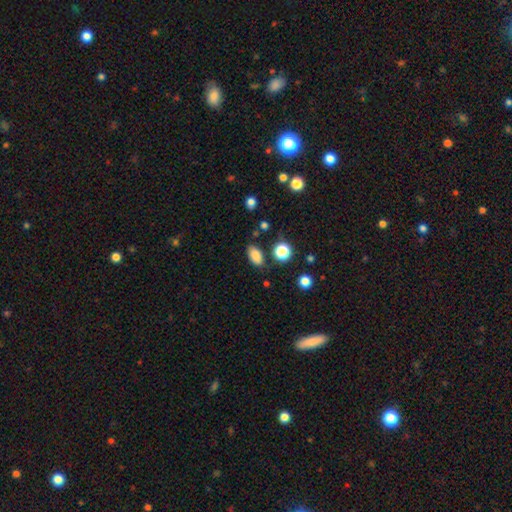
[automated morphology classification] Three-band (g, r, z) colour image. It shows a smooth galaxy with no disk features (83%) that is in between round and cigar-shaped (88%). Merging: none (79%).